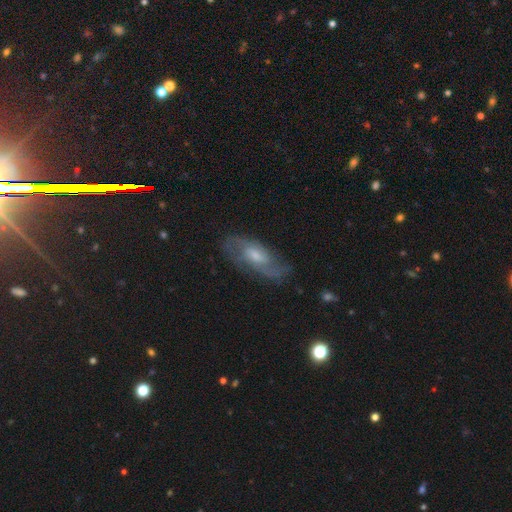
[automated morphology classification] A featured or disk galaxy (70%) with no bar (48%), 2 (65%) medium (48%) spiral arms (88%) and a moderate central bulge (49%). Merging: none (72%).